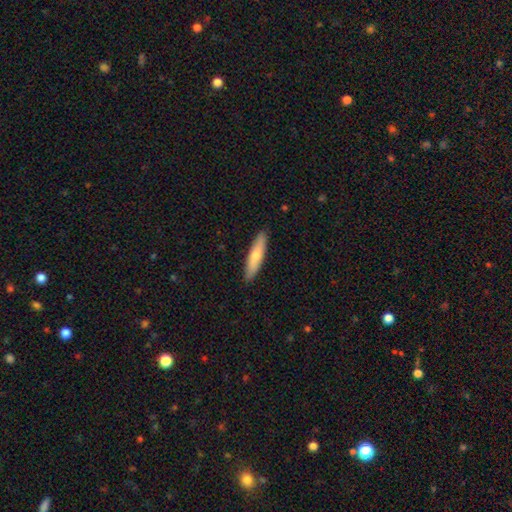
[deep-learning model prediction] Q: Smooth or featured?
A: smooth (71%); runner-up: featured or disk (24%)
Q: How rounded?
A: cigar-shaped (80%); runner-up: in between (18%)
Q: Merging?
A: none (90%); runner-up: minor disturbance (8%)